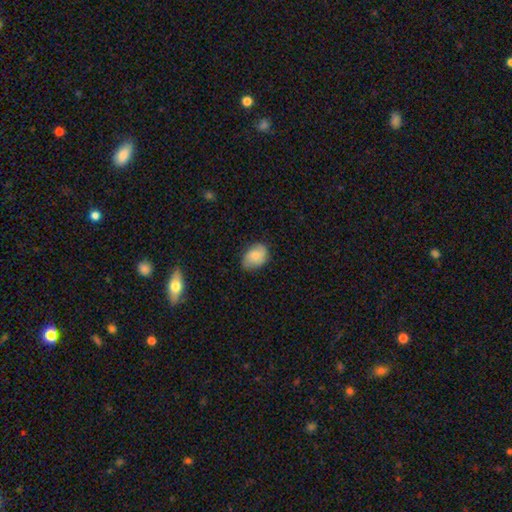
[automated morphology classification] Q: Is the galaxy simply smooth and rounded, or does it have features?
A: smooth — 79%.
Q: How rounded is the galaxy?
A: in between — 78%.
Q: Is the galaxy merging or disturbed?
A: none — 69%.